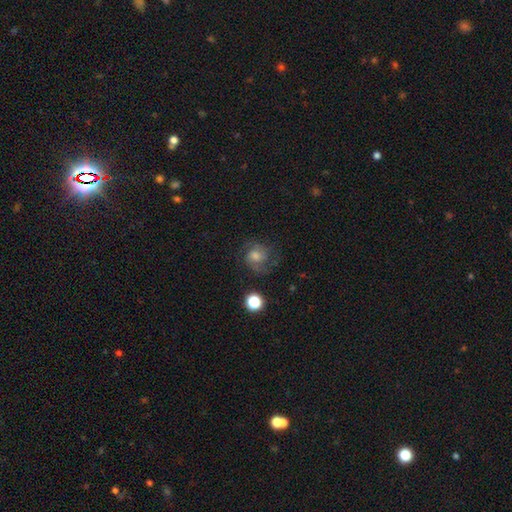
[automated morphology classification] Smooth or featured? featured or disk (60%)
Edge-on disk? no (98%)
Bar? no (66%)
Spiral arms? yes (92%)
Spiral winding? medium (50%)
Spiral arm count? 2 (60%)
Bulge size? moderate (50%)
Merging? none (73%)